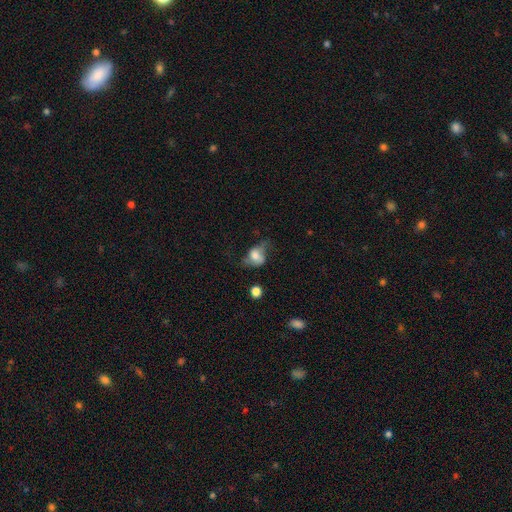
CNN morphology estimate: The model was most divided on "merging": major disturbance: 35%, none: 34%, minor disturbance: 27%, merger: 5%. More confident: how rounded — in between (66%); smooth or featured — smooth (58%).